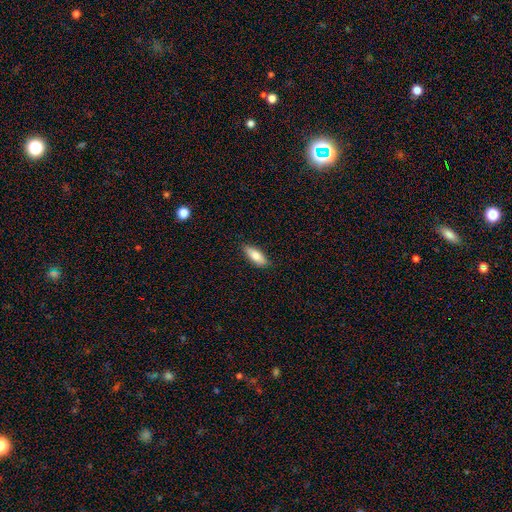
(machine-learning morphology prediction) Smooth or featured?
  - smooth: 81% *
  - featured or disk: 13%
  - star or artifact: 6%
How rounded?
  - in between: 74% *
  - cigar-shaped: 24%
  - round: 2%
Merging?
  - none: 85% *
  - minor disturbance: 12%
  - major disturbance: 2%
  - merger: 1%